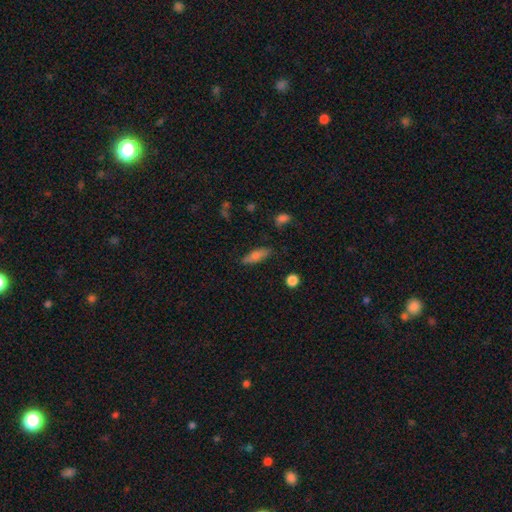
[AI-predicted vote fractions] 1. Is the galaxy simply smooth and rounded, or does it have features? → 71% smooth, 21% featured or disk, 8% star or artifact.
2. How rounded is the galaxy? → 52% in between, 45% cigar-shaped, 3% round.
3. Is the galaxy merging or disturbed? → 80% none, 14% minor disturbance, 3% major disturbance, 2% merger.